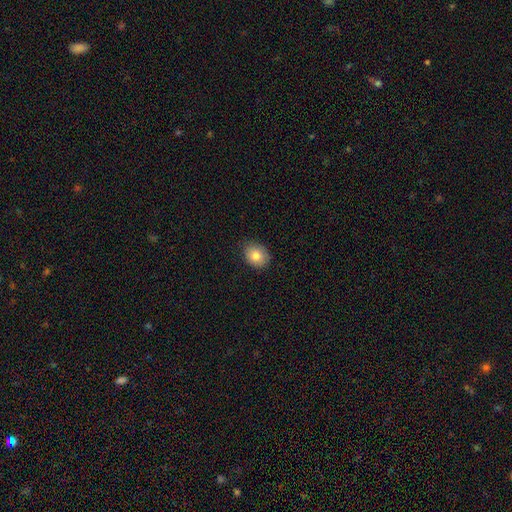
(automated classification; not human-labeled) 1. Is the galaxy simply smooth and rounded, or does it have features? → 83% smooth, 9% star or artifact, 9% featured or disk.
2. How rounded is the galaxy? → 53% round, 46% in between, 1% cigar-shaped.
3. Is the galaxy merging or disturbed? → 81% none, 15% minor disturbance, 2% major disturbance, 1% merger.